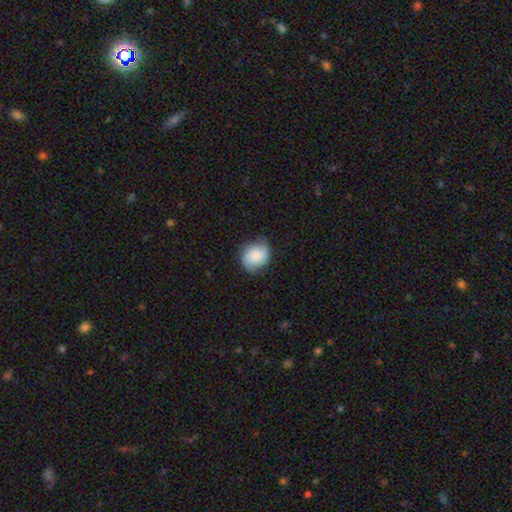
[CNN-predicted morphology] Smooth or featured? smooth (67%)
How rounded? round (66%)
Merging? none (75%)